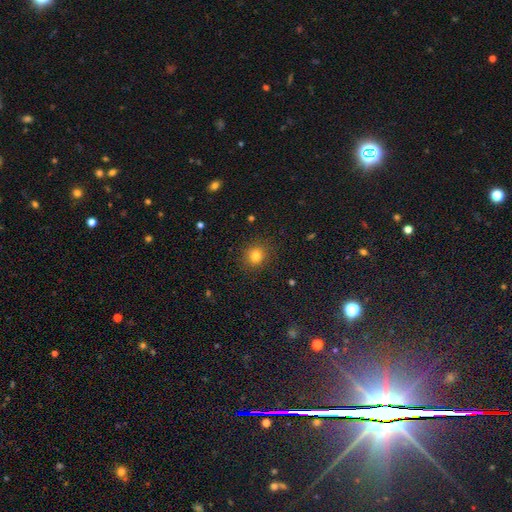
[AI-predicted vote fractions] smooth 79%, star or artifact 15%, featured or disk 7%. Down the decision tree: how rounded — round (80%); merging — none (88%).